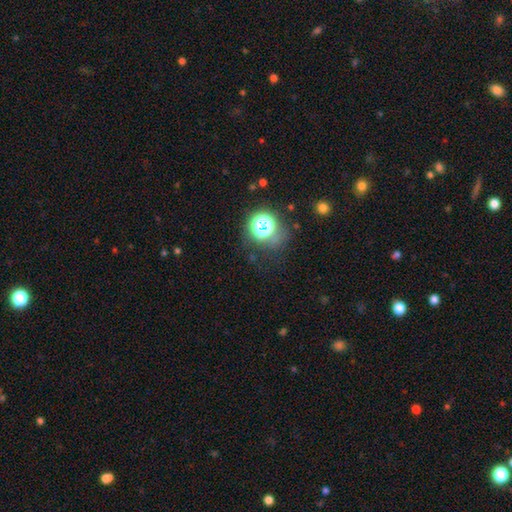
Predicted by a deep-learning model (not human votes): Smooth or featured? star or artifact (65%)